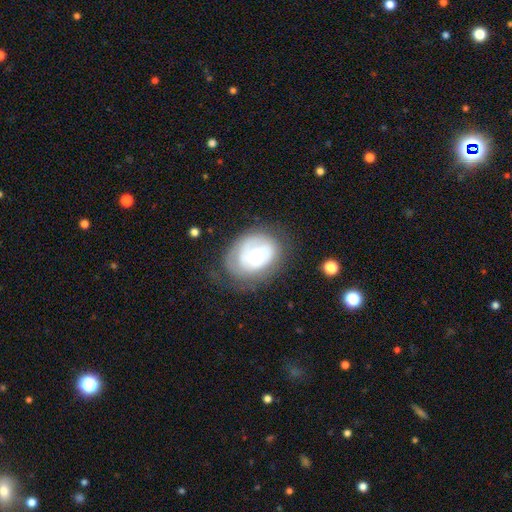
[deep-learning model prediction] A featured or disk galaxy (53%) with no bar (82%), spiral arms (60%) and a small central bulge (59%).

Vote fractions:
- Smooth or featured? featured or disk: 53% / smooth: 40% / star or artifact: 7%
- Edge-on disk? no: 96% / yes: 4%
- Bar? no: 82% / weak: 15% / strong: 3%
- Spiral arms? yes: 60% / no: 40%
- Bulge size? small: 59% / moderate: 33% / large: 4% / dominant: 2% / none: 2%
- Merging? none: 57% / minor disturbance: 24% / major disturbance: 16% / merger: 2%